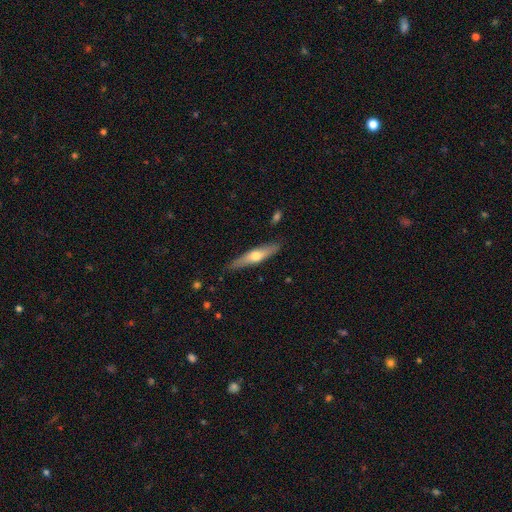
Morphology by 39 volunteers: Q: Smooth or featured?
A: smooth (49%); runner-up: featured or disk (46%)
Q: How rounded?
A: cigar-shaped (58%); runner-up: in between (37%)
Q: Merging?
A: none (78%); runner-up: minor disturbance (14%)